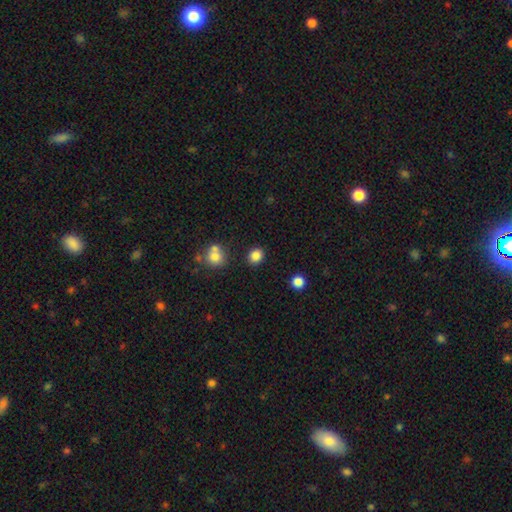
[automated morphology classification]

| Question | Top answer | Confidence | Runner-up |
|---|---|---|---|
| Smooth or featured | smooth | 85% | star or artifact (11%) |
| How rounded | round | 68% | in between (31%) |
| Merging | none | 85% | minor disturbance (9%) |